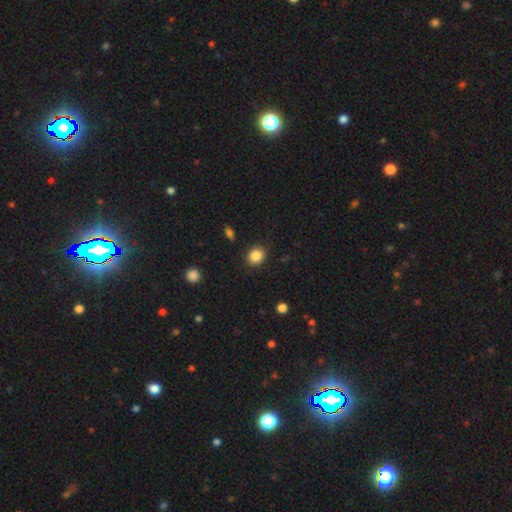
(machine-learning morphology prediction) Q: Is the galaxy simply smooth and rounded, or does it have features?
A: smooth — 87%.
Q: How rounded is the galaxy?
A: round — 63%.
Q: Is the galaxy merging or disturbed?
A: none — 88%.